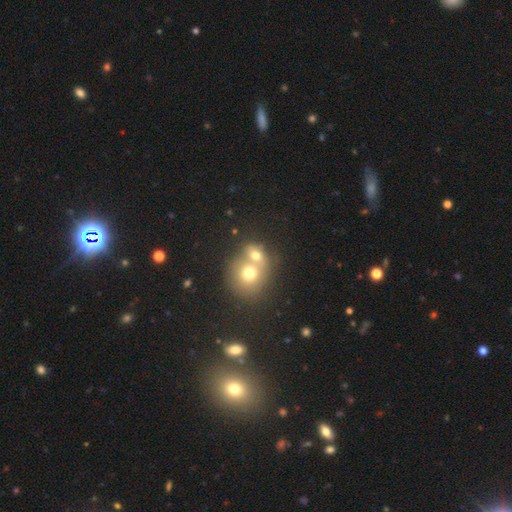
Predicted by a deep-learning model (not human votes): Smooth or featured?
  - smooth: 67% *
  - featured or disk: 20%
  - star or artifact: 12%
How rounded?
  - round: 69% *
  - in between: 30%
  - cigar-shaped: 1%
Merging?
  - merger: 66% *
  - none: 24%
  - minor disturbance: 6%
  - major disturbance: 3%